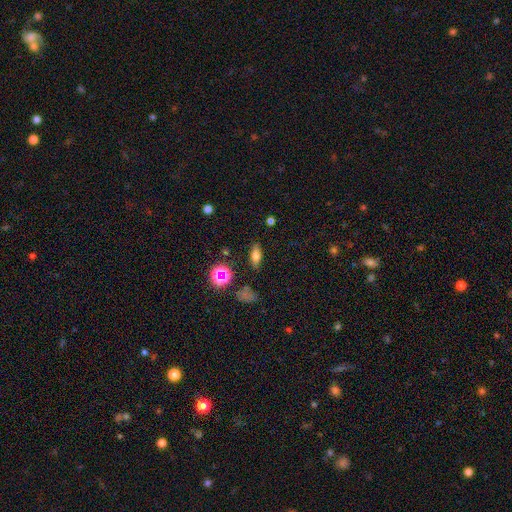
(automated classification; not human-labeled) Smooth or featured? Predicted: smooth (p=0.67). How rounded? Predicted: in between (p=0.74). Merging? Predicted: none (p=0.85).